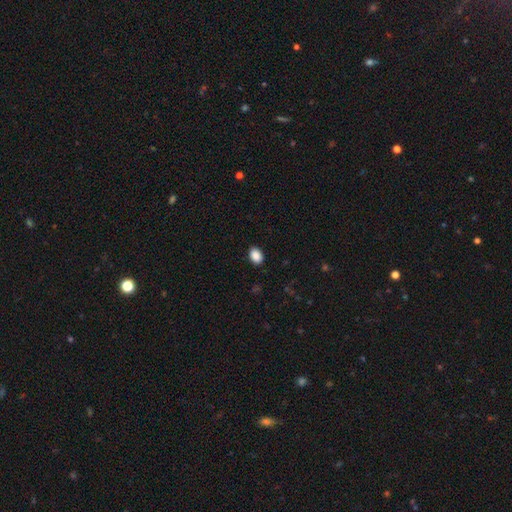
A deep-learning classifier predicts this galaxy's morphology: smooth 89%, star or artifact 8%, featured or disk 3%. Down the decision tree: how rounded — in between (81%); merging — none (89%).